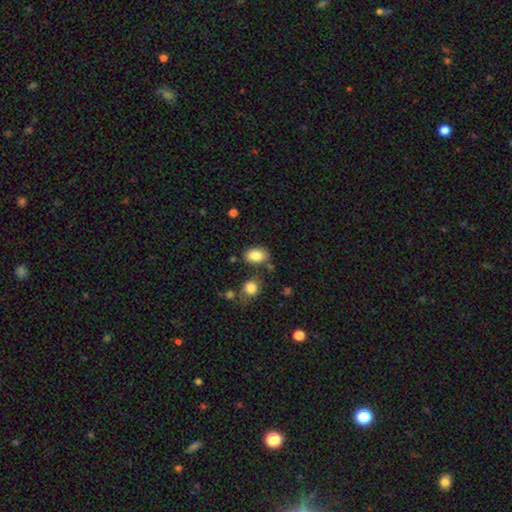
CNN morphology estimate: smooth_or_featured: smooth (p=0.86) [alt: star or artifact p=0.08]
how_rounded: in between (p=0.83) [alt: round p=0.16]
merging: none (p=0.70) [alt: minor disturbance p=0.17]